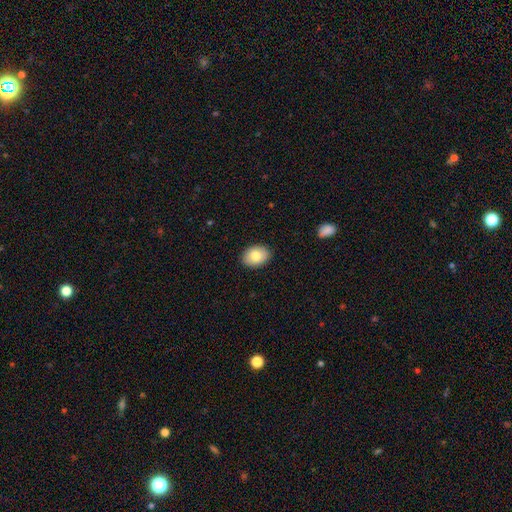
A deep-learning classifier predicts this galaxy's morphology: smooth 80%, featured or disk 13%, star or artifact 7%. Down the decision tree: how rounded — in between (77%); merging — none (89%).